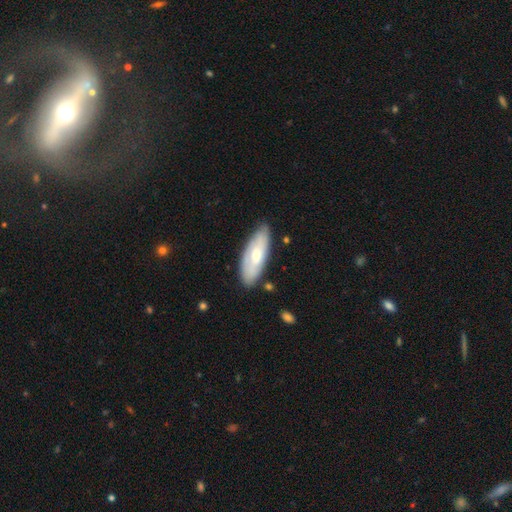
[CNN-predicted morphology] type=smooth (53%); roundness=in between (70%); merging=none (79%).